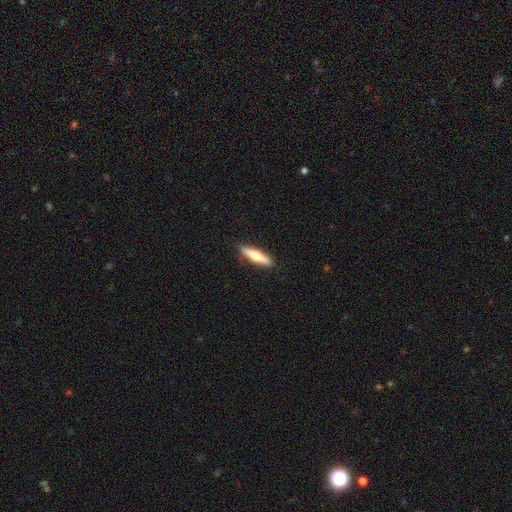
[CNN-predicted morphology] Smooth or featured? smooth (48%)
Merging? none (90%)